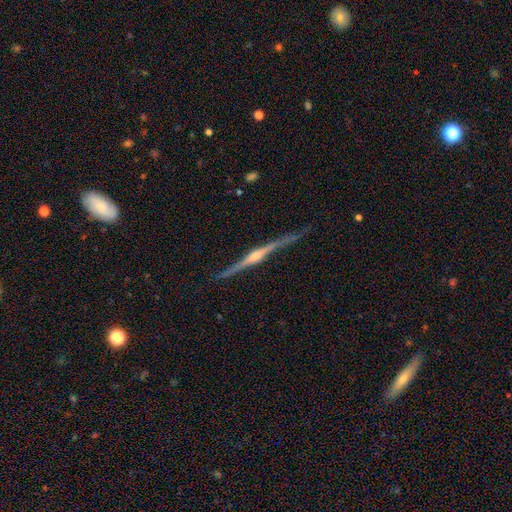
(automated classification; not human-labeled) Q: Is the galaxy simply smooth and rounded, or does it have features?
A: featured or disk — 87%.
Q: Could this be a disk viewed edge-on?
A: yes — 98%.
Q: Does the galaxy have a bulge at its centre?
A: rounded — 85%.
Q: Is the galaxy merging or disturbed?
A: none — 79%.